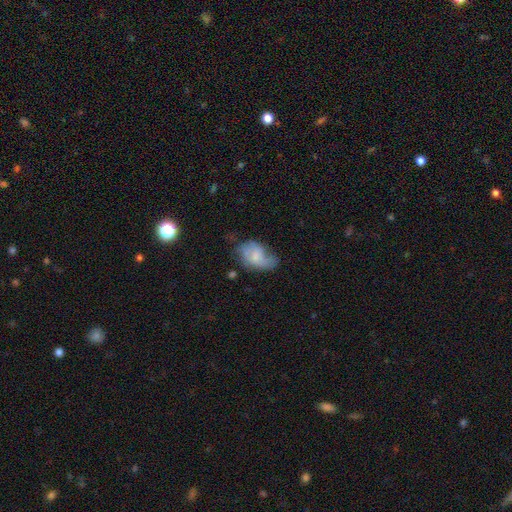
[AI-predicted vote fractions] Morphology: type=smooth (56%); roundness=in between (87%); merging=none (34%, tied with minor disturbance).